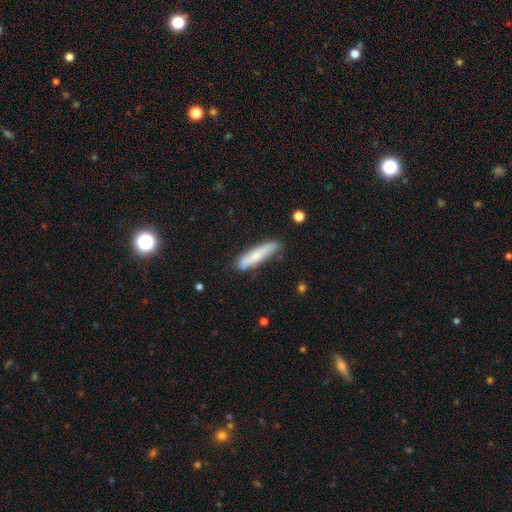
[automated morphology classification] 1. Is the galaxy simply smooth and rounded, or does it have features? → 70% smooth, 24% featured or disk, 6% star or artifact.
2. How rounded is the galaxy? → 82% cigar-shaped, 17% in between, 1% round.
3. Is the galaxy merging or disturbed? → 77% none, 17% minor disturbance, 3% major disturbance, 3% merger.